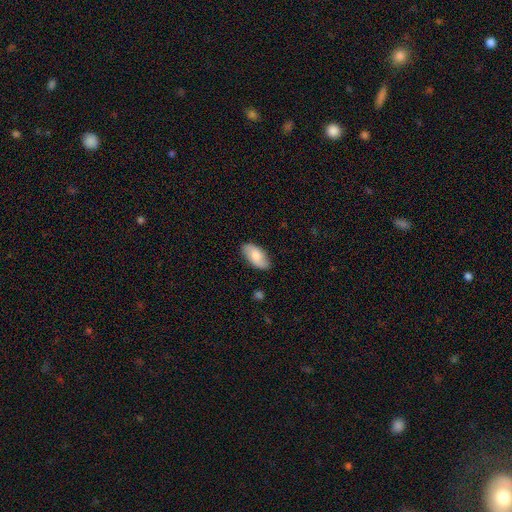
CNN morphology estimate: This is likely a smooth galaxy (67%). How rounded: clearly in between (94%). Merging: clearly none (84%).